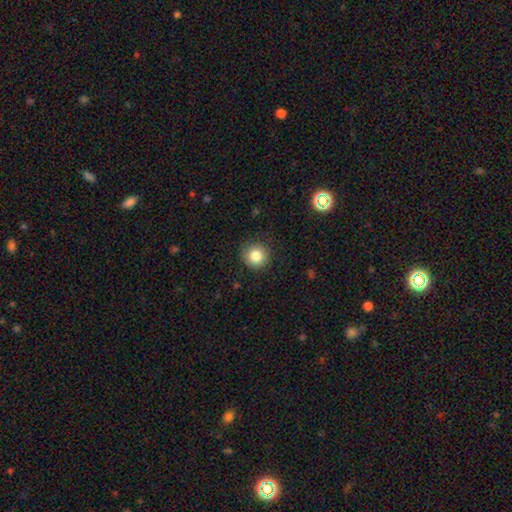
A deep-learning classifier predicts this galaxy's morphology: Overall: smooth (83%). How rounded: round (94%). Merging: none (88%).